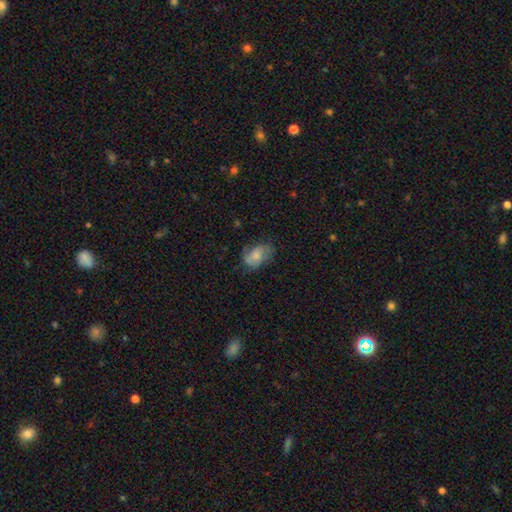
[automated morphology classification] A smooth galaxy with no disk features (58%) that is in between round and cigar-shaped (82%).

Vote fractions:
- Smooth or featured? smooth: 58% / featured or disk: 33% / star or artifact: 8%
- How rounded? in between: 82% / round: 17% / cigar-shaped: 1%
- Merging? none: 55% / minor disturbance: 29% / major disturbance: 15% / merger: 2%